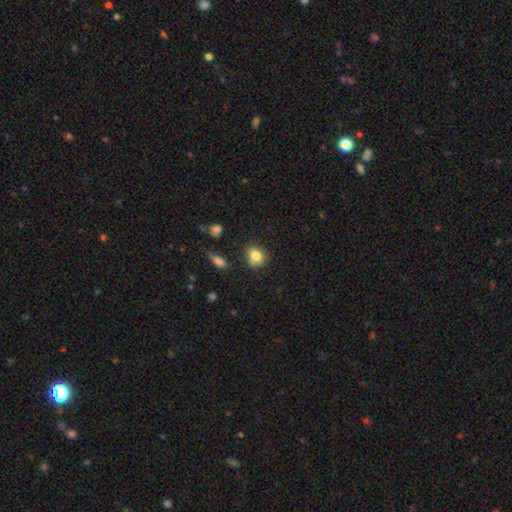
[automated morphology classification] Smooth or featured? Predicted: smooth (p=0.81). How rounded? Predicted: round (p=0.63). Merging? Predicted: none (p=0.71).